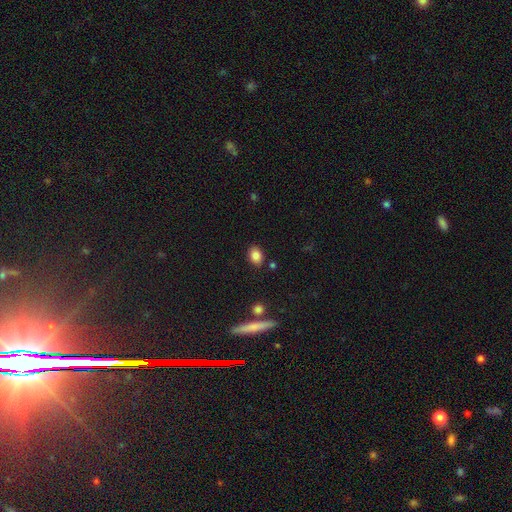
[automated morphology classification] Smooth or featured: smooth — 85% (star or artifact — 9%)
How rounded: in between — 71% (round — 28%)
Merging: none — 85% (minor disturbance — 10%)